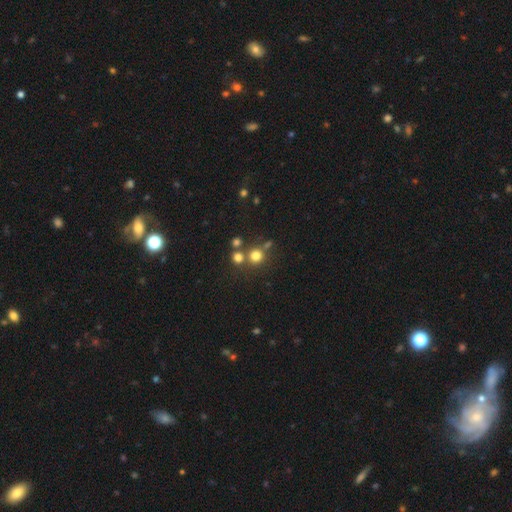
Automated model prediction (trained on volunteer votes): Overall: smooth (74%). How rounded: round (92%). Merging: none (66%).